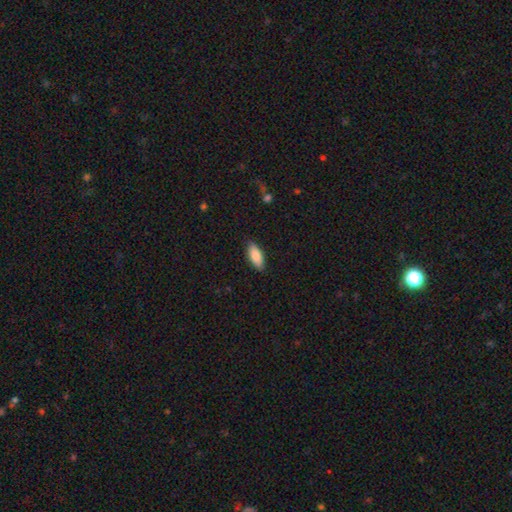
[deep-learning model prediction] A smooth galaxy with no disk features (87%) that is in between round and cigar-shaped (81%).

Vote fractions:
- Smooth or featured? smooth: 87% / featured or disk: 7% / star or artifact: 6%
- How rounded? in between: 81% / cigar-shaped: 17% / round: 2%
- Merging? none: 87% / minor disturbance: 10% / major disturbance: 2% / merger: 1%